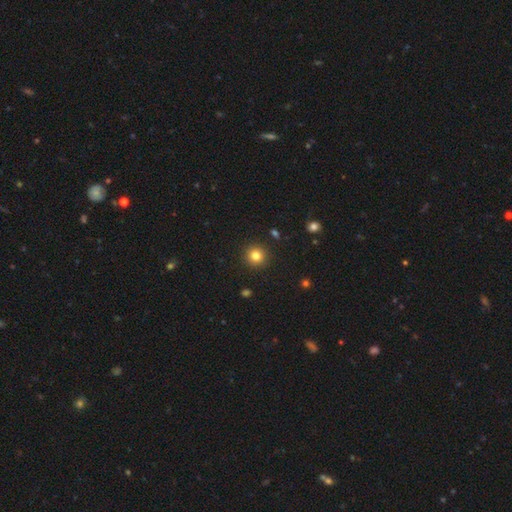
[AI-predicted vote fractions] This is clearly a smooth galaxy (81%). How rounded: clearly round (95%). Merging: clearly none (92%).